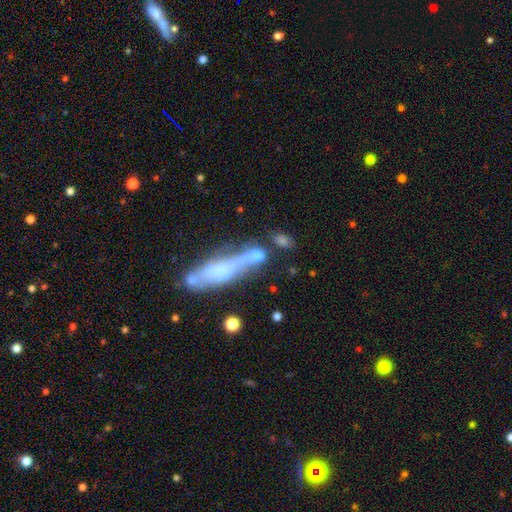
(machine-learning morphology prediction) Smooth or featured: smooth — 51% (featured or disk — 36%)
How rounded: in between — 43% (cigar-shaped — 42%)
Merging: merger — 34% (none — 33%)